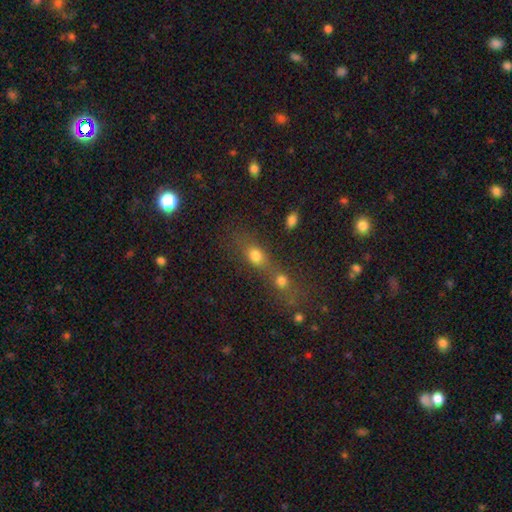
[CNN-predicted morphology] This is likely a smooth galaxy (70%). How rounded: marginally round (44%). Merging: possibly merger (53%).